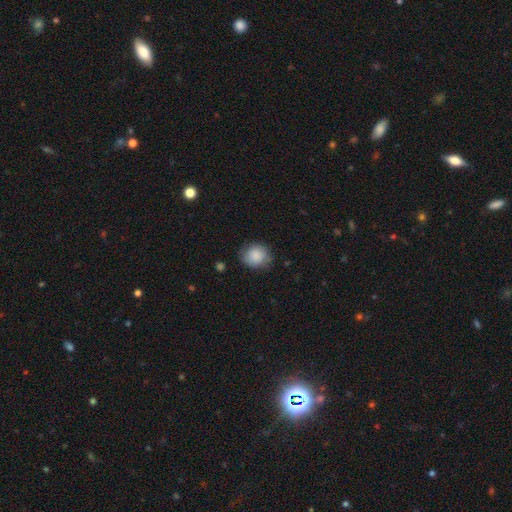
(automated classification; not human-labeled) smooth_or_featured: smooth (p=0.87) [alt: star or artifact p=0.07]
how_rounded: round (p=0.78) [alt: in between p=0.21]
merging: none (p=0.77) [alt: minor disturbance p=0.18]